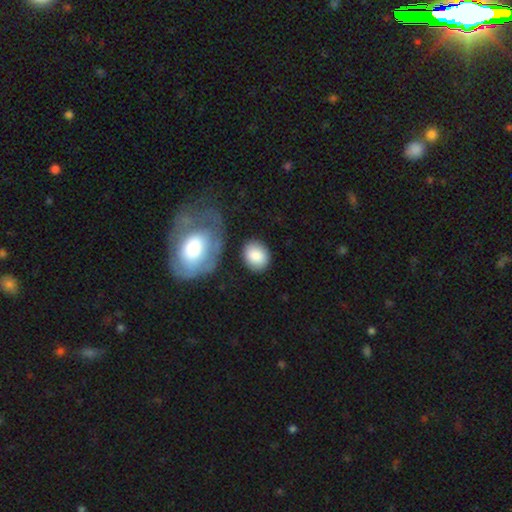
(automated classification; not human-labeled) smooth_or_featured: smooth (p=0.86) [alt: featured or disk p=0.08]
how_rounded: round (p=0.51) [alt: in between p=0.48]
merging: none (p=0.78) [alt: minor disturbance p=0.13]